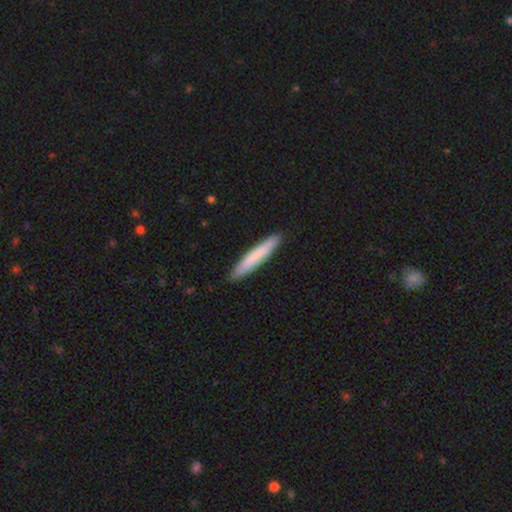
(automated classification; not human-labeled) smooth-or-featured: smooth: 76% | featured or disk: 18% | star or artifact: 5%
  how-rounded: cigar-shaped: 94% | in between: 5% | round: 1%
  merging: none: 90% | minor disturbance: 8% | major disturbance: 1% | merger: 1%